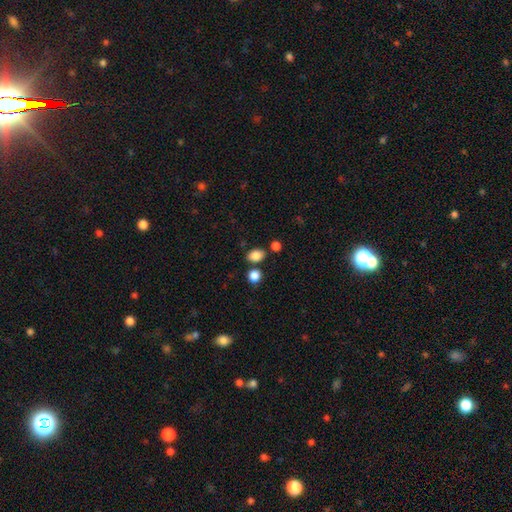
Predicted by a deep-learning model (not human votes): Q: Smooth or featured?
A: smooth (85%); runner-up: star or artifact (10%)
Q: How rounded?
A: in between (65%); runner-up: round (34%)
Q: Merging?
A: none (76%); runner-up: merger (11%)